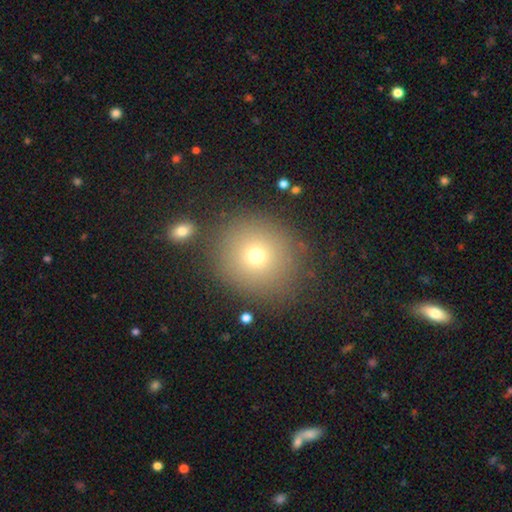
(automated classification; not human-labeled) smooth-or-featured: smooth: 70% | star or artifact: 17% | featured or disk: 13%
  how-rounded: round: 90% | in between: 9% | cigar-shaped: 1%
  merging: none: 83% | minor disturbance: 9% | merger: 4% | major disturbance: 4%